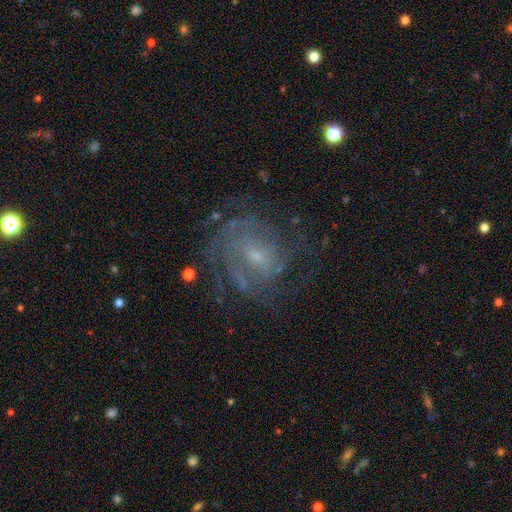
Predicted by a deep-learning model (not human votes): A featured or disk galaxy (79%) with no bar (55%), tight (55%) spiral arms (89%) and a small central bulge (68%).

Vote fractions:
- Smooth or featured? featured or disk: 79% / smooth: 11% / star or artifact: 10%
- Edge-on disk? no: 97% / yes: 3%
- Bar? no: 55% / weak: 38% / strong: 7%
- Spiral arms? yes: 89% / no: 11%
- Spiral winding? tight: 55% / medium: 34% / loose: 11%
- Spiral arm count? can't tell: 43% / 3: 16% / 4: 15% / 2: 12% / more than 4: 7% / 1: 6%
- Bulge size? small: 68% / moderate: 24% / none: 6% / large: 2% / dominant: 1%
- Merging? none: 67% / minor disturbance: 18% / major disturbance: 13% / merger: 2%